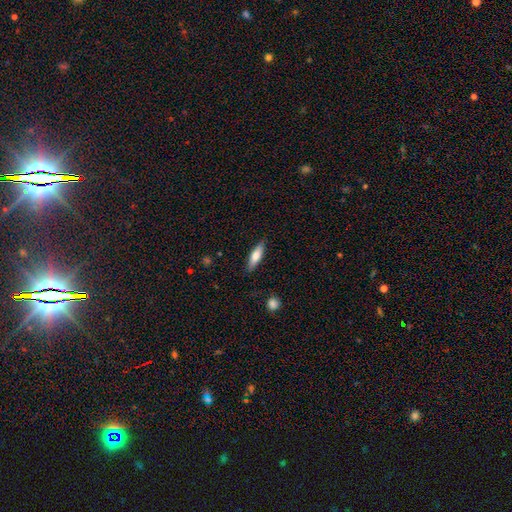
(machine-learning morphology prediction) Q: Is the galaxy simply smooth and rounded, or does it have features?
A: smooth — 65%.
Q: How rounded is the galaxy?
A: cigar-shaped — 62%.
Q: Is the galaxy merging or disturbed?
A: none — 87%.